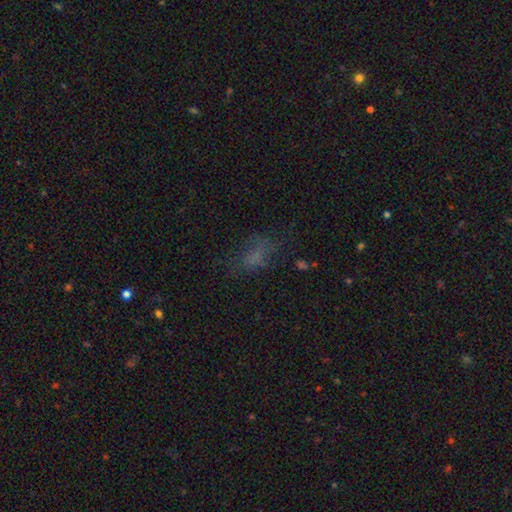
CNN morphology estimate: A smooth galaxy with no disk features (54%) that is in between round and cigar-shaped (79%).

Vote fractions:
- Smooth or featured? smooth: 54% / star or artifact: 25% / featured or disk: 21%
- How rounded? in between: 79% / round: 11% / cigar-shaped: 9%
- Merging? none: 51% / major disturbance: 24% / minor disturbance: 22% / merger: 3%